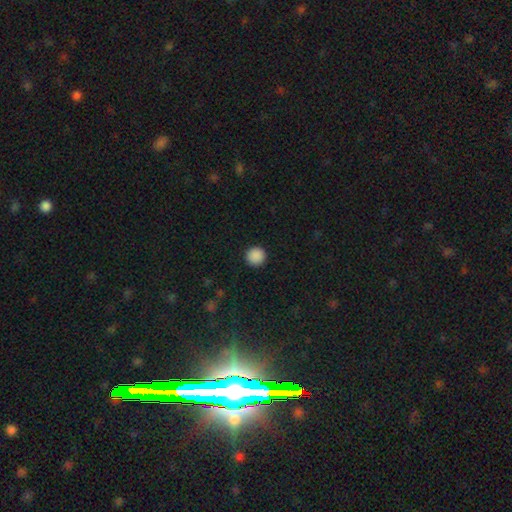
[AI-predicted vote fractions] Smooth or featured?
  - smooth: 89% *
  - star or artifact: 9%
  - featured or disk: 2%
How rounded?
  - round: 96% *
  - in between: 3%
  - cigar-shaped: 1%
Merging?
  - none: 93% *
  - minor disturbance: 4%
  - major disturbance: 2%
  - merger: 1%